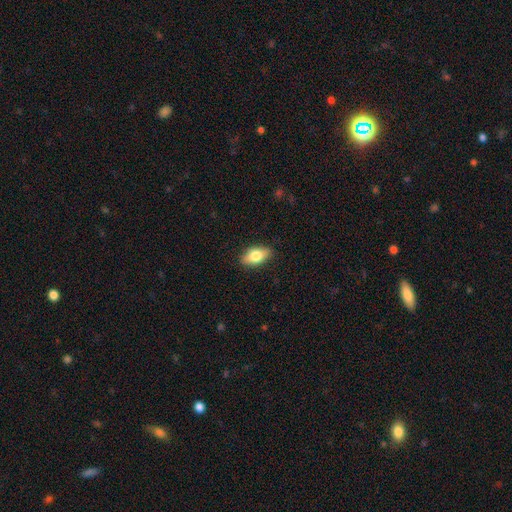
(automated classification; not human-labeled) This is likely a smooth galaxy (74%). How rounded: clearly in between (87%). Merging: clearly none (88%).